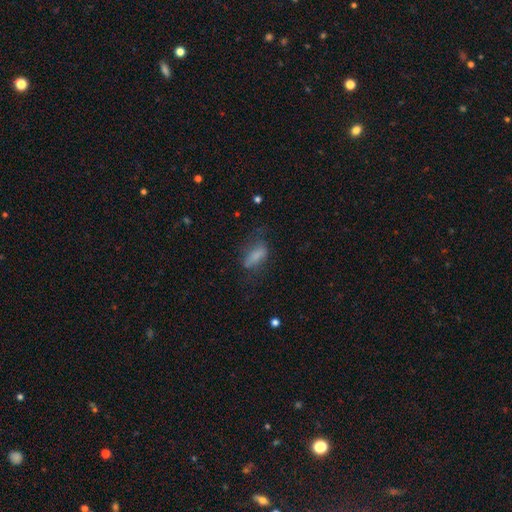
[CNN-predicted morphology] Smooth or featured? smooth (68%)
How rounded? in between (73%)
Merging? none (42%)